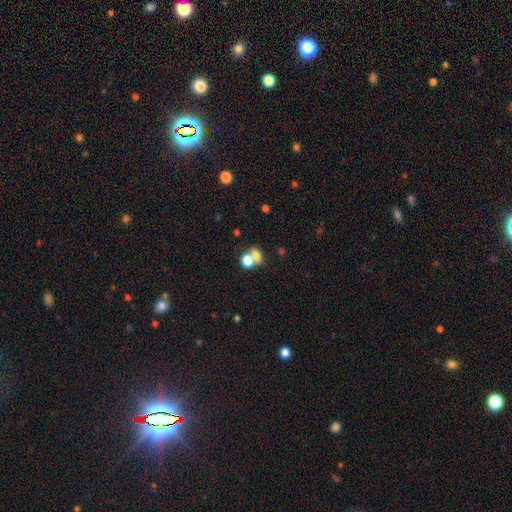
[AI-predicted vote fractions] Smooth or featured: smooth — 73% (star or artifact — 15%)
How rounded: in between — 56% (round — 41%)
Merging: merger — 51% (none — 36%)